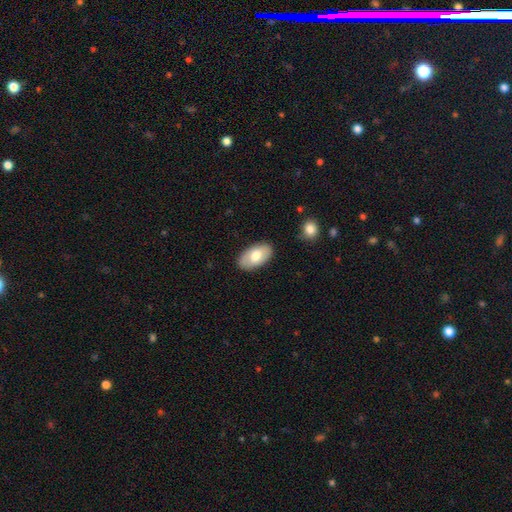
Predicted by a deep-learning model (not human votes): Smooth or featured? smooth (71%)
How rounded? in between (95%)
Merging? none (86%)